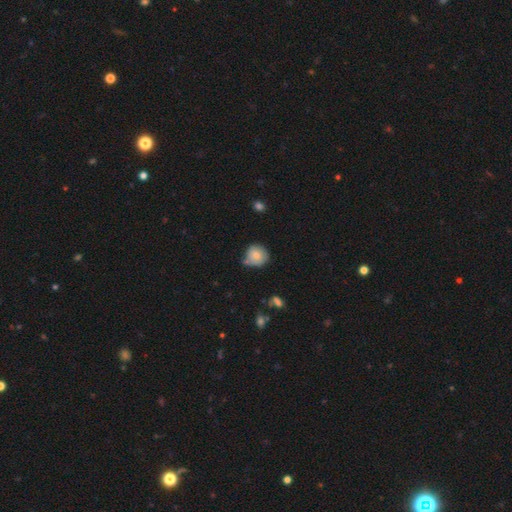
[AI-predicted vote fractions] This appears to be a smooth galaxy with no disk features (78%) that is round (86%). Merging: none (58%).